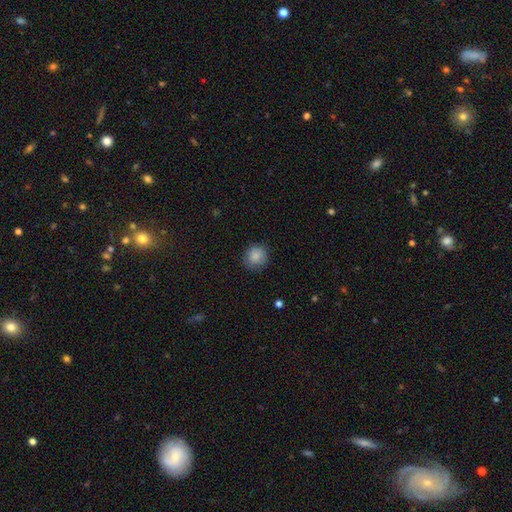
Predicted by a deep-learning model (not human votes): The model was most divided on "merging": none: 82%, minor disturbance: 13%, major disturbance: 3%, merger: 1%. More confident: how rounded — round (89%); smooth or featured — smooth (87%).